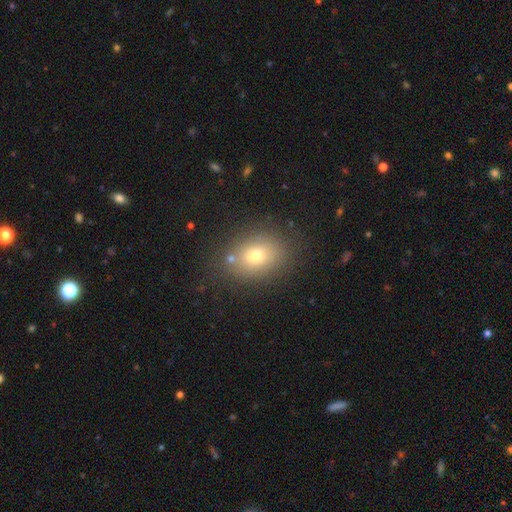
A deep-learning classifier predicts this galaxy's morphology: smooth 73%, star or artifact 14%, featured or disk 13%. Down the decision tree: how rounded — in between (61%); merging — none (79%).